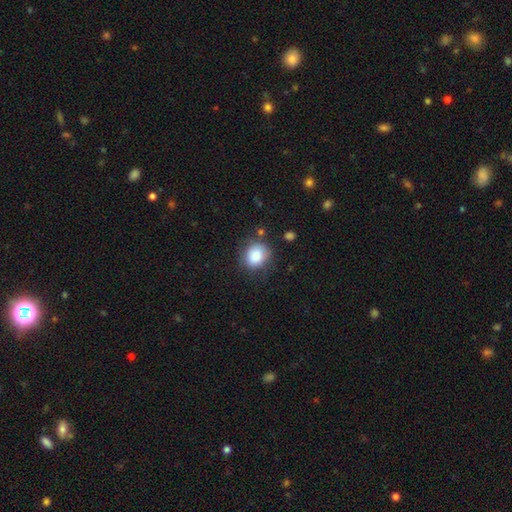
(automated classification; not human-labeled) Q: Smooth or featured?
A: smooth (85%); runner-up: star or artifact (8%)
Q: How rounded?
A: round (70%); runner-up: in between (29%)
Q: Merging?
A: none (75%); runner-up: minor disturbance (17%)